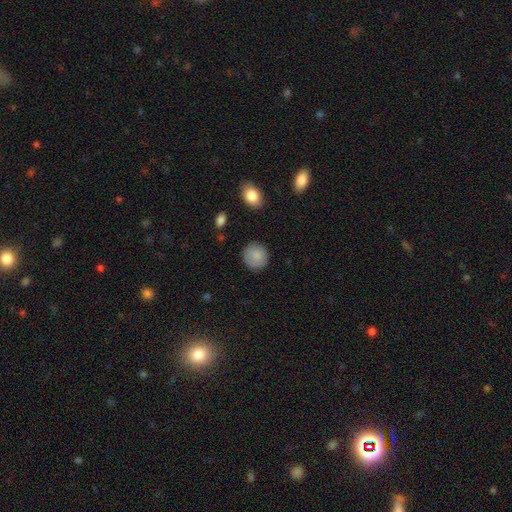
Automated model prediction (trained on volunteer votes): A smooth galaxy with no disk features (87%) that is round (90%). Merging: none (87%).